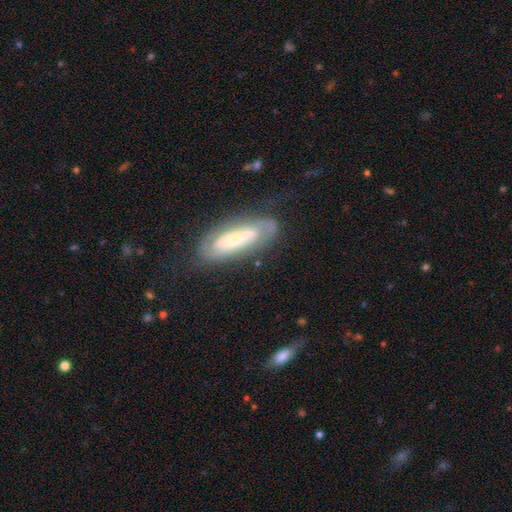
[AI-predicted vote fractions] Smooth or featured? Predicted: featured or disk (p=0.61). Edge-on disk? Predicted: no (p=0.75). Merging? Predicted: none (p=0.66).